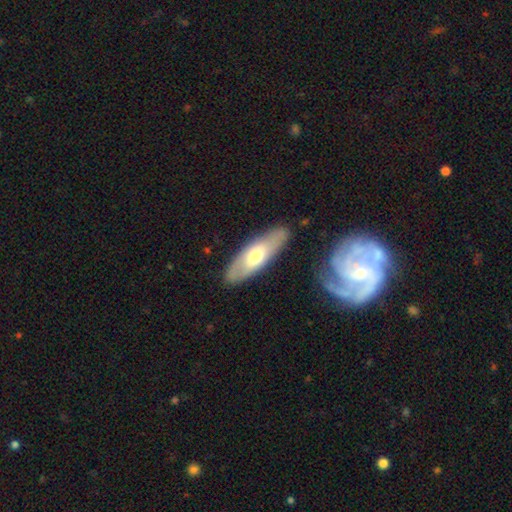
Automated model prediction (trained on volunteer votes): This is possibly a smooth galaxy (52%). How rounded: likely in between (61%). Merging: clearly none (84%).